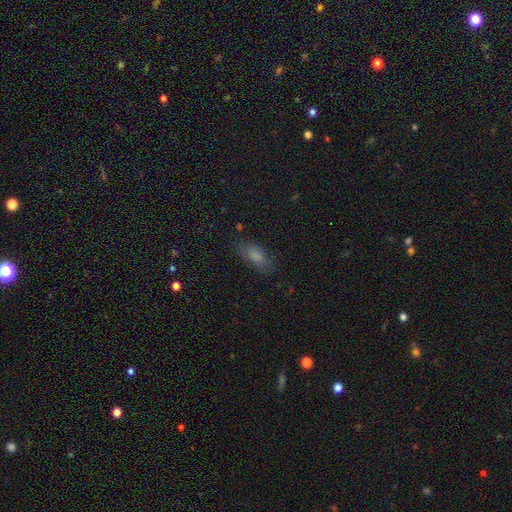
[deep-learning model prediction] smooth 78%, star or artifact 12%, featured or disk 11%. Down the decision tree: how rounded — in between (78%); merging — none (78%).